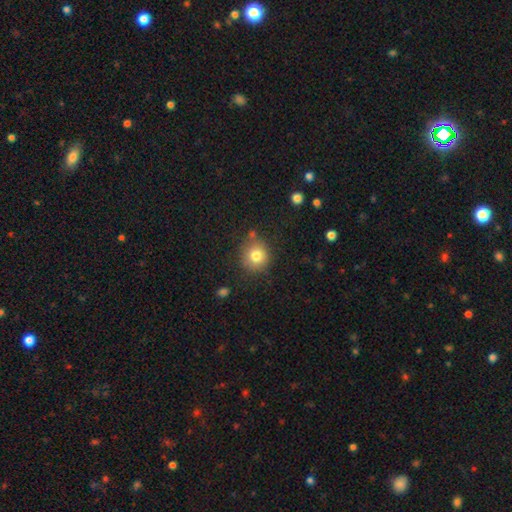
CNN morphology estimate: The model was most divided on "merging": none: 79%, minor disturbance: 13%, merger: 5%, major disturbance: 4%. More confident: how rounded — round (88%); smooth or featured — smooth (80%).